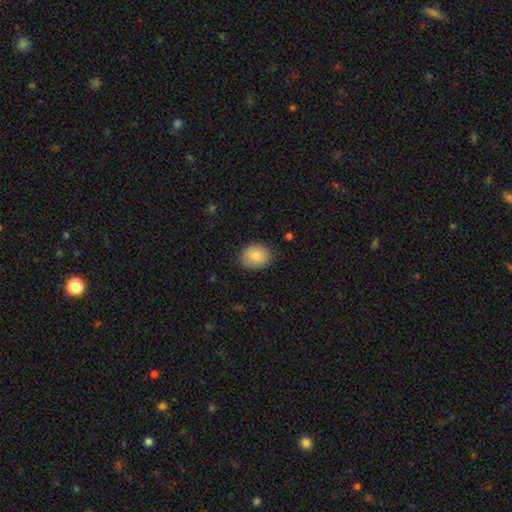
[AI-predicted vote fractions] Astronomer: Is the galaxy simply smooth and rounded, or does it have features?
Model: smooth — 85%.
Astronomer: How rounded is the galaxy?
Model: in between — 51% (runner-up: round, 48%).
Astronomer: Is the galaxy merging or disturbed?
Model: none — 83%.